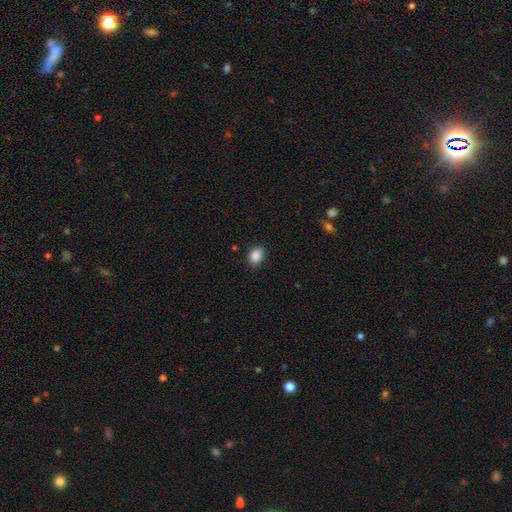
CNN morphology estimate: Q: Smooth or featured?
A: smooth (89%); runner-up: star or artifact (9%)
Q: How rounded?
A: in between (66%); runner-up: round (33%)
Q: Merging?
A: none (88%); runner-up: minor disturbance (8%)